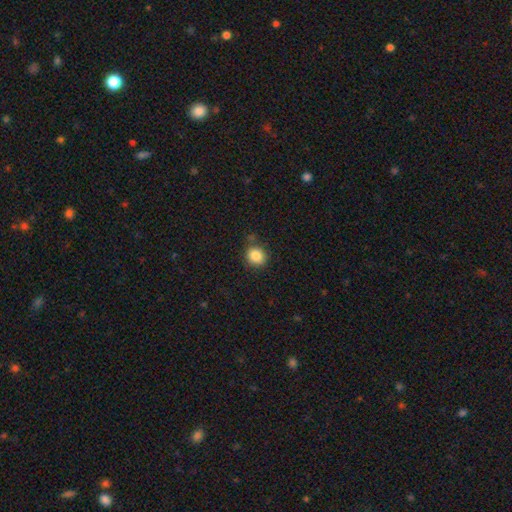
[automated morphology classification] A smooth galaxy with no disk features (85%) that is round (83%). Merging: none (80%).